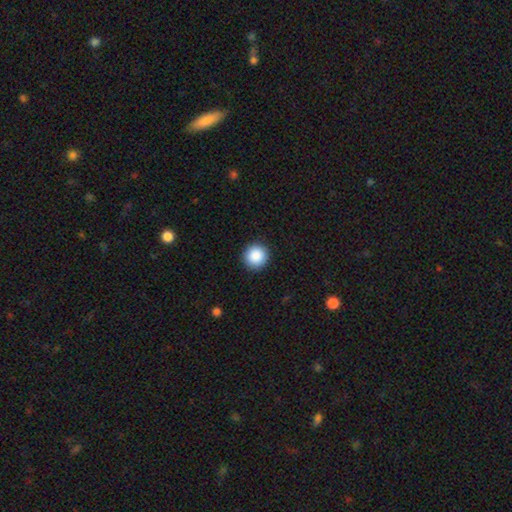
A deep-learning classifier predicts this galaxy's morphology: smooth-or-featured: smooth: 88% | star or artifact: 9% | featured or disk: 3%
  how-rounded: round: 95% | in between: 4% | cigar-shaped: 1%
  merging: none: 92% | minor disturbance: 5% | major disturbance: 2% | merger: 1%